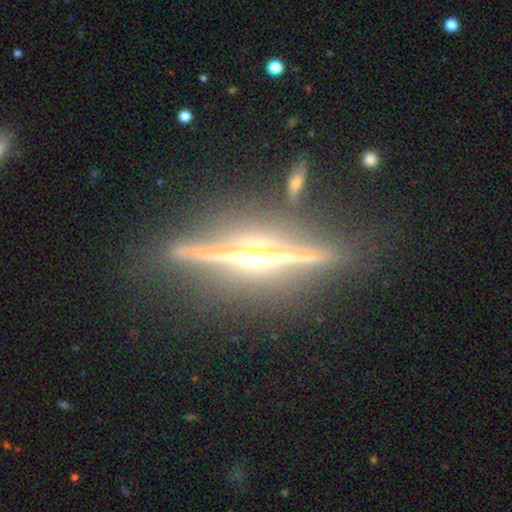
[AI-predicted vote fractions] This appears to be a featured or disk galaxy (87%) viewed edge-on (98%) with a rounded central bulge (85%). Merging: none (85%).